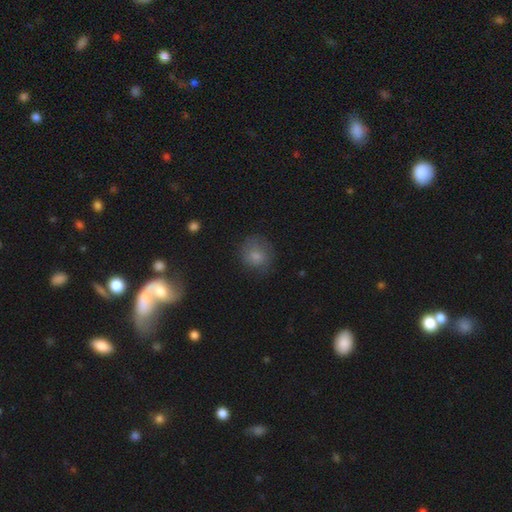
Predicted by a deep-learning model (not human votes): Overall: smooth (75%). How rounded: round (81%). Merging: none (69%).